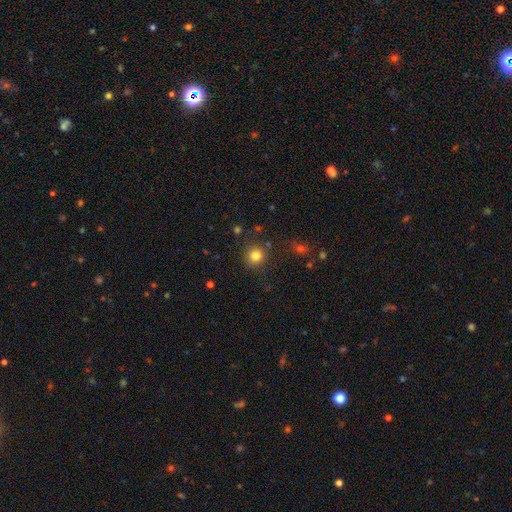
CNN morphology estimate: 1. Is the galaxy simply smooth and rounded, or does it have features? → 81% smooth, 13% star or artifact, 6% featured or disk.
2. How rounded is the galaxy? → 92% round, 7% in between, 1% cigar-shaped.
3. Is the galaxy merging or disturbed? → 85% none, 9% minor disturbance, 3% major disturbance, 3% merger.